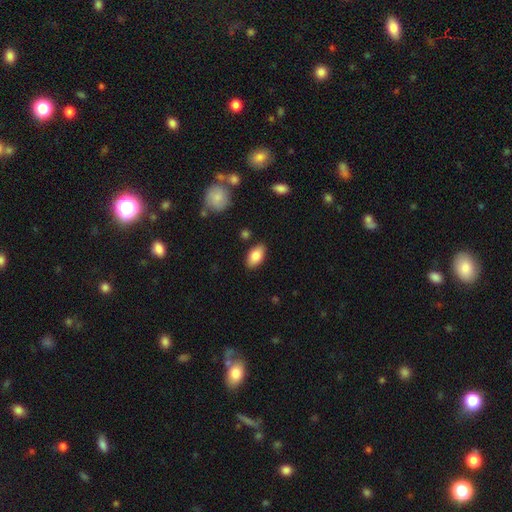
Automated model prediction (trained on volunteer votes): Q: Smooth or featured?
A: smooth (82%); runner-up: featured or disk (11%)
Q: How rounded?
A: in between (92%); runner-up: round (4%)
Q: Merging?
A: none (85%); runner-up: minor disturbance (11%)